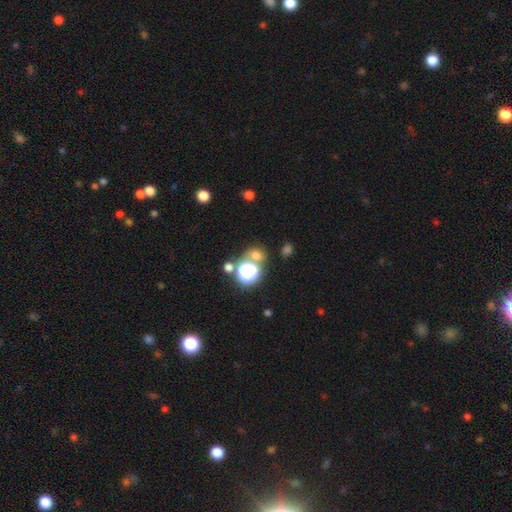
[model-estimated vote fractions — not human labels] This is possibly a smooth galaxy (59%). How rounded: likely round (71%). Merging: likely none (64%).